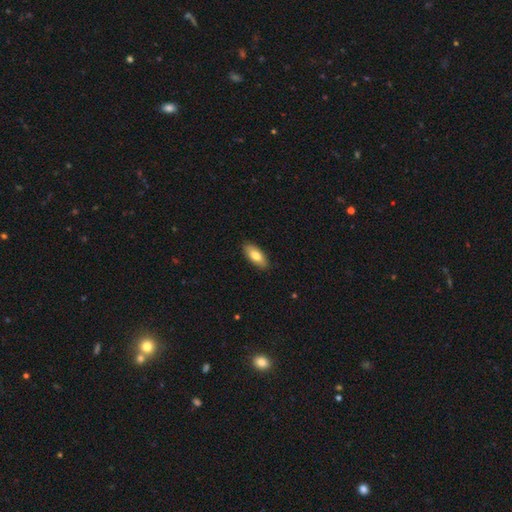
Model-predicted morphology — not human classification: This appears to be a smooth galaxy with no disk features (78%) that is in between round and cigar-shaped (86%). Merging: none (89%).